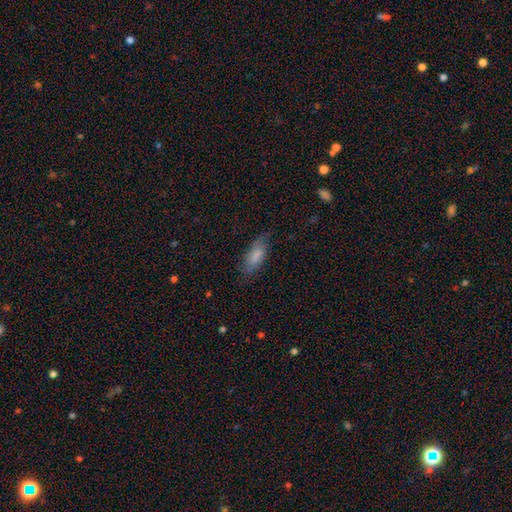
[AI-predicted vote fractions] This is likely a smooth galaxy (75%). How rounded: likely in between (76%). Merging: likely none (69%).